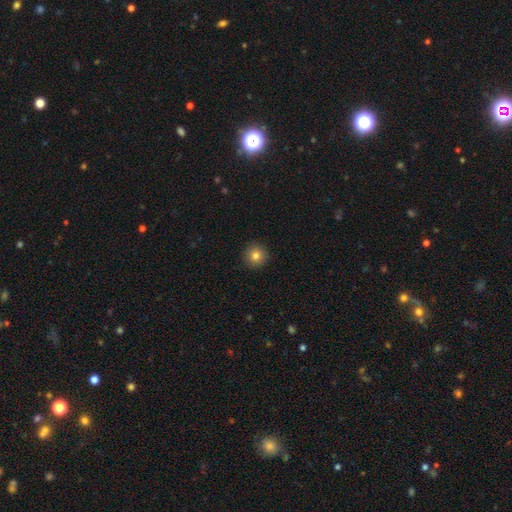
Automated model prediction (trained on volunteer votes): Smooth or featured? smooth (82%)
How rounded? round (95%)
Merging? none (92%)